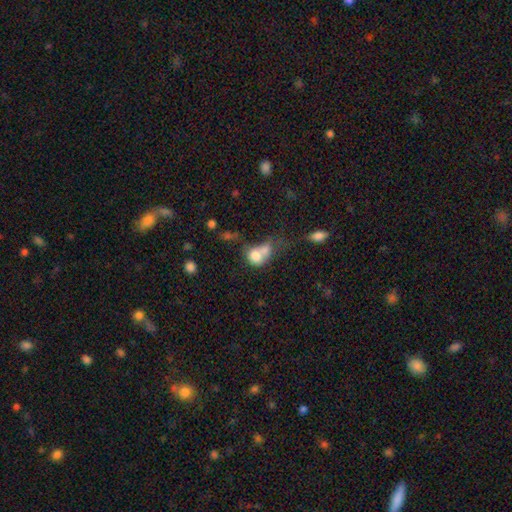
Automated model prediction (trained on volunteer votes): smooth-or-featured: smooth: 72% | featured or disk: 18% | star or artifact: 10%
  how-rounded: round: 51% | in between: 47% | cigar-shaped: 2%
  merging: merger: 64% | none: 18% | minor disturbance: 9% | major disturbance: 9%